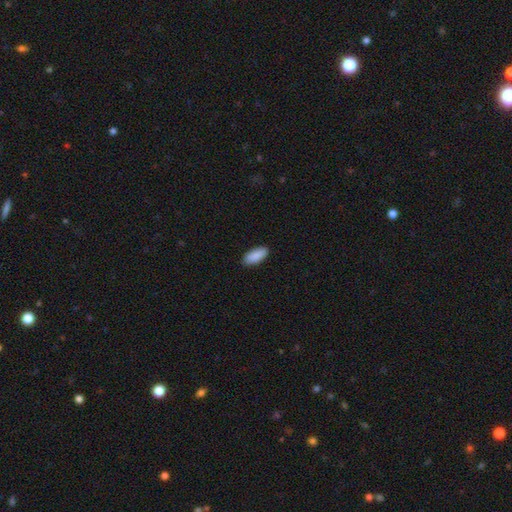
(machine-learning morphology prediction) This is clearly a smooth galaxy (91%). How rounded: clearly in between (84%). Merging: clearly none (90%).